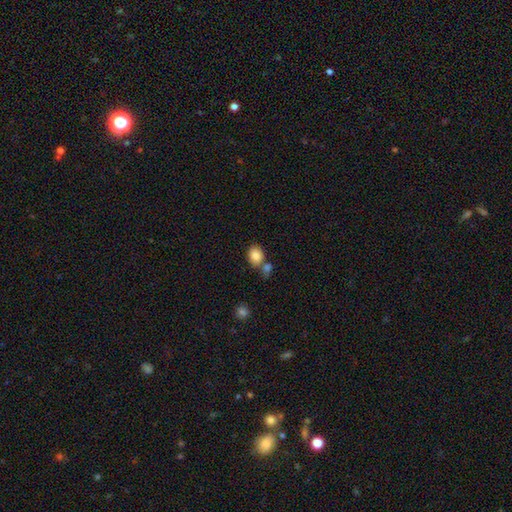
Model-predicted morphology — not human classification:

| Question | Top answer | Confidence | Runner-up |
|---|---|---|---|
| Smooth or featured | smooth | 85% | star or artifact (8%) |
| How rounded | in between | 63% | round (36%) |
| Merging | none | 55% | merger (28%) |